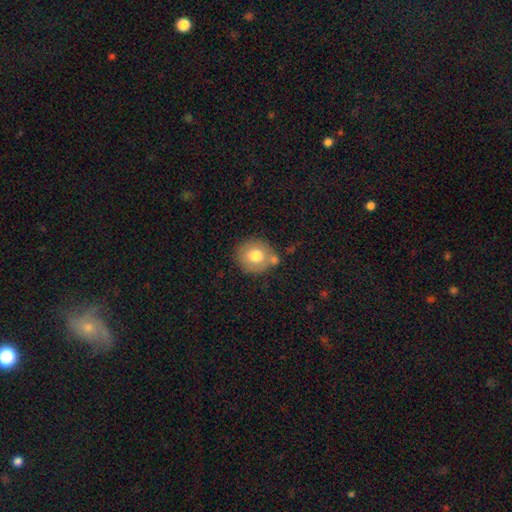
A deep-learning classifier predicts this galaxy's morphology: This is likely a smooth galaxy (73%). How rounded: likely round (79%). Merging: likely none (63%).